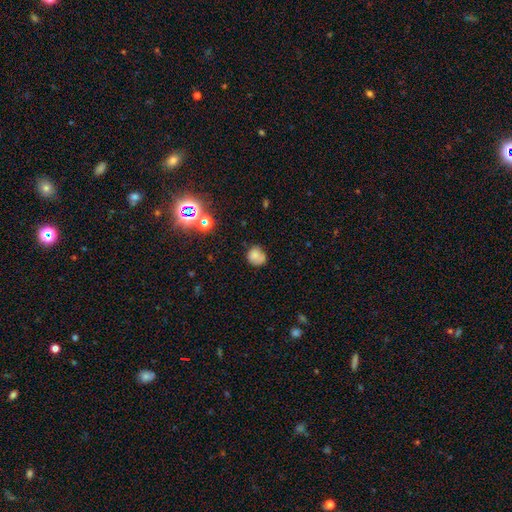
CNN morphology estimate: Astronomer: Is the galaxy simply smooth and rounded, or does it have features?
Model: smooth — 75%.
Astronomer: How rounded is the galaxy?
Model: round — 77%.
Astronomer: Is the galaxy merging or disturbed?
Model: none — 60%.